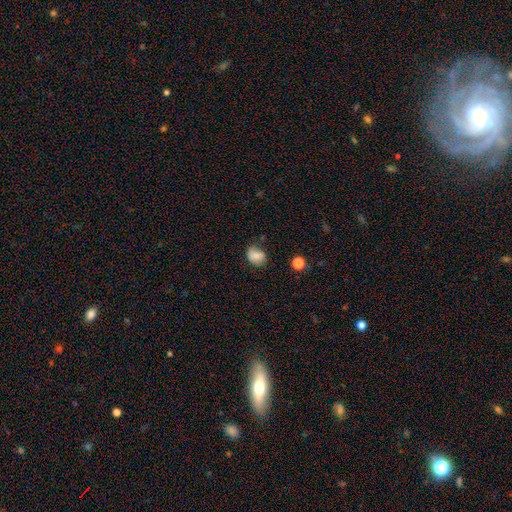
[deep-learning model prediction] Morphology: type=smooth (75%); roundness=in between (50%); merging=none (63%).